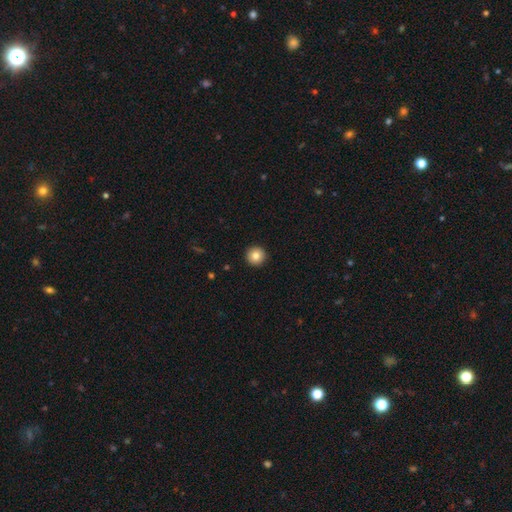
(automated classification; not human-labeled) smooth_or_featured: smooth (p=0.84) [alt: star or artifact p=0.09]
how_rounded: round (p=0.96) [alt: in between p=0.03]
merging: none (p=0.94) [alt: minor disturbance p=0.04]